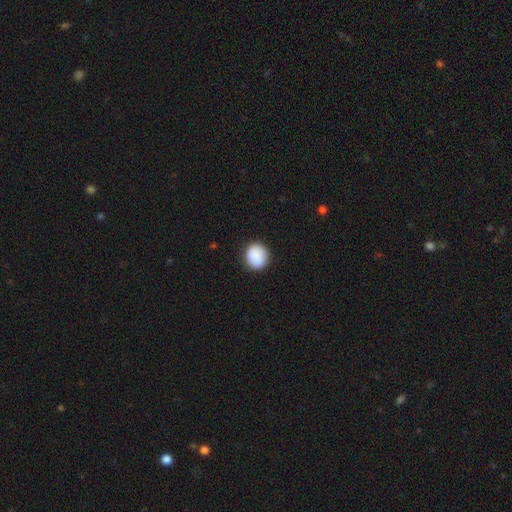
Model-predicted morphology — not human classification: Overall: smooth (87%). How rounded: round (86%). Merging: none (87%).